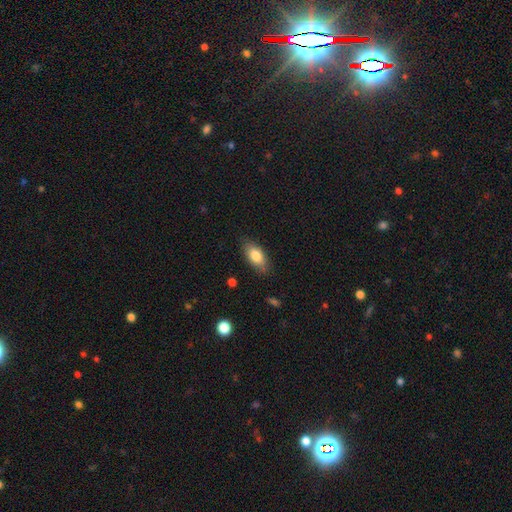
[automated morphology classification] This is clearly a smooth galaxy (81%). How rounded: clearly in between (88%). Merging: clearly none (81%).